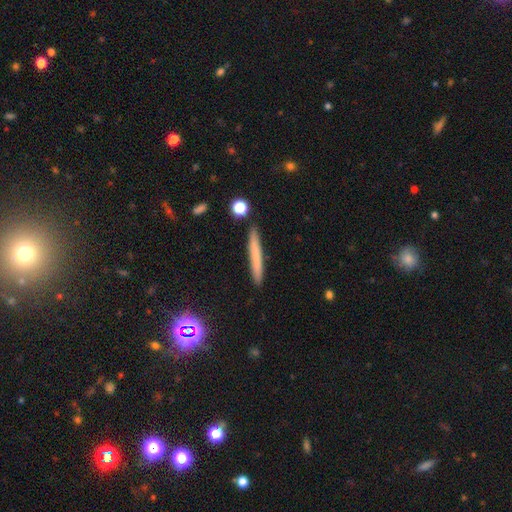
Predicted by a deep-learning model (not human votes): smooth_or_featured: smooth (p=0.66) [alt: featured or disk p=0.25]
how_rounded: cigar-shaped (p=0.96) [alt: in between p=0.03]
merging: none (p=0.90) [alt: minor disturbance p=0.07]